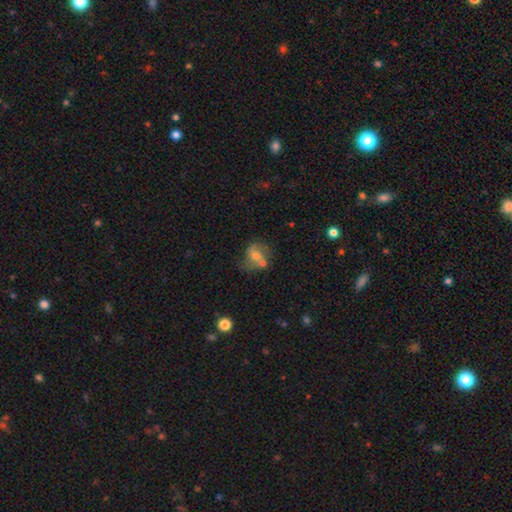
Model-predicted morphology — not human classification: A featured or disk galaxy (45%). Merging: none (40%).